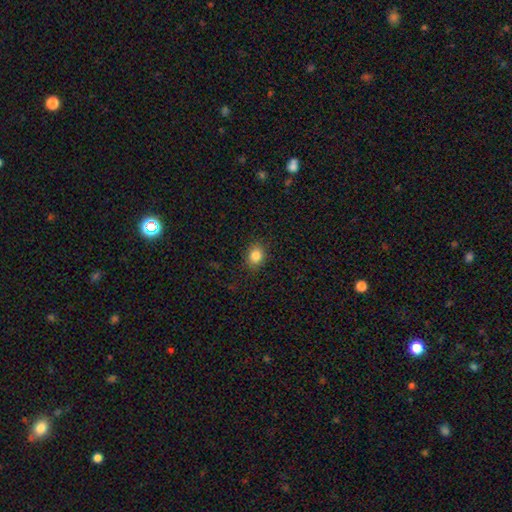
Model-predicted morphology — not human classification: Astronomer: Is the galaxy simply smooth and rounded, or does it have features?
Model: smooth — 84%.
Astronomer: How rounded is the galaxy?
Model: in between — 51% (runner-up: round, 47%).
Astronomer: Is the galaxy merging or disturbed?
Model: none — 87%.